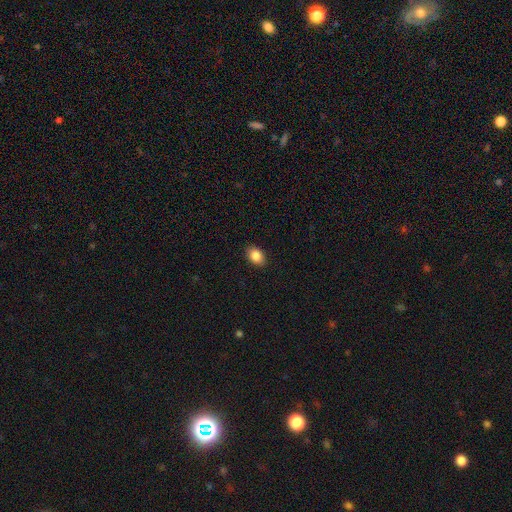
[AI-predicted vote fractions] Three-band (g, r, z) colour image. It shows a smooth galaxy with no disk features (87%) that is in between round and cigar-shaped (81%). Merging: none (89%).